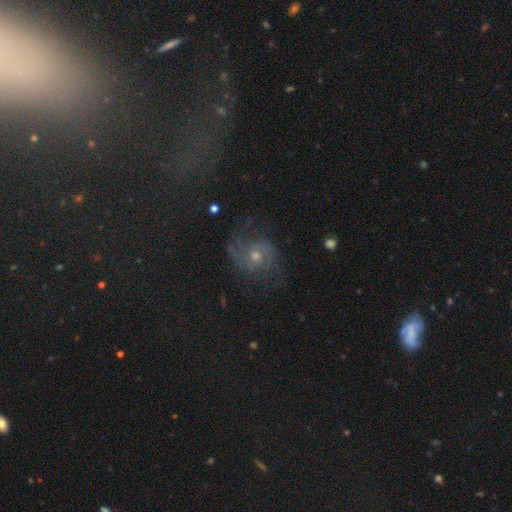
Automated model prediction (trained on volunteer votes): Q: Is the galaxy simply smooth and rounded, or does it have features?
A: featured or disk — 73%.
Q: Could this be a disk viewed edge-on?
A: no — 97%.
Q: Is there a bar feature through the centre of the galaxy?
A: no — 68%.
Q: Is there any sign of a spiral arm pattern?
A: yes — 91%.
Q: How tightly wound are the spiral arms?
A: medium — 47%.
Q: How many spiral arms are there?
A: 2 — 66%.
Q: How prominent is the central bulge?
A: moderate — 56%.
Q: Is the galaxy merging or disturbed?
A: none — 63%.